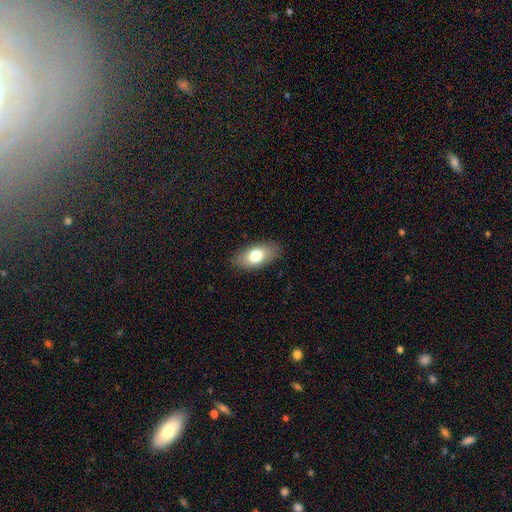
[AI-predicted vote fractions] smooth_or_featured: smooth (p=0.74) [alt: featured or disk p=0.19]
how_rounded: in between (p=0.91) [alt: round p=0.05]
merging: none (p=0.85) [alt: minor disturbance p=0.11]